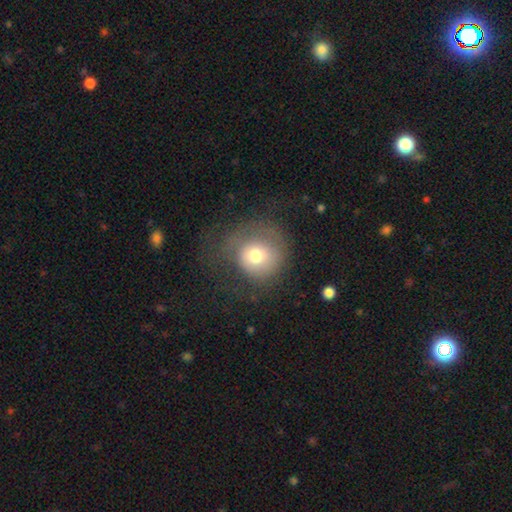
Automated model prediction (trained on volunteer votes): Smooth or featured? Predicted: smooth (p=0.69). How rounded? Predicted: round (p=0.87). Merging? Predicted: none (p=0.49).